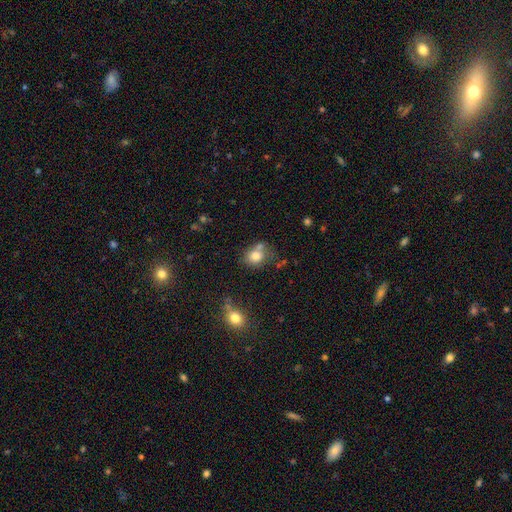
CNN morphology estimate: smooth_or_featured: smooth (p=0.79) [alt: star or artifact p=0.11]
how_rounded: round (p=0.62) [alt: in between p=0.37]
merging: none (p=0.52) [alt: merger p=0.25]